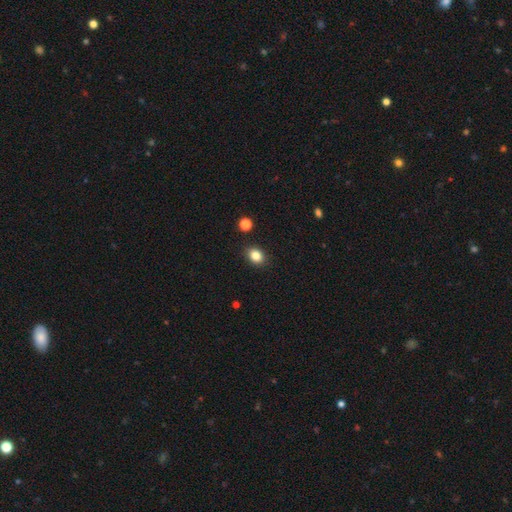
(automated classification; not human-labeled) Q: Smooth or featured?
A: smooth (84%); runner-up: star or artifact (11%)
Q: How rounded?
A: in between (58%); runner-up: round (41%)
Q: Merging?
A: none (88%); runner-up: minor disturbance (8%)